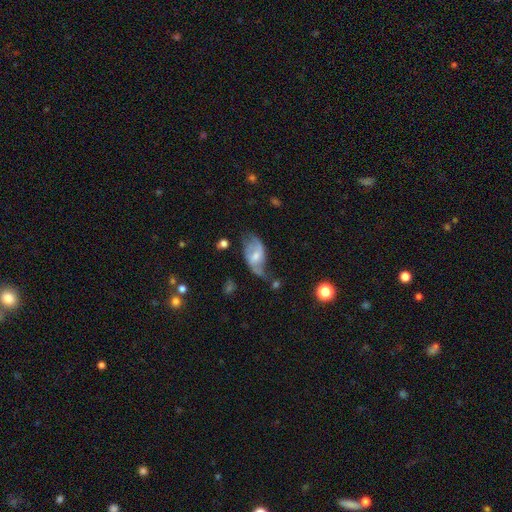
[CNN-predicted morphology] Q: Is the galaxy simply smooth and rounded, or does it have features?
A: featured or disk — 65%.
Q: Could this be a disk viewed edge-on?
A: no — 95%.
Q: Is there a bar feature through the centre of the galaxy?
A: weak — 51%.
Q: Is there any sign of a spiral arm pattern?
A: yes — 81%.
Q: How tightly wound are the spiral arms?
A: loose — 51%.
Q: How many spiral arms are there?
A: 2 — 80%.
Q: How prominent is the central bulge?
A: moderate — 47%.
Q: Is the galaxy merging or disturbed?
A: none — 39%.